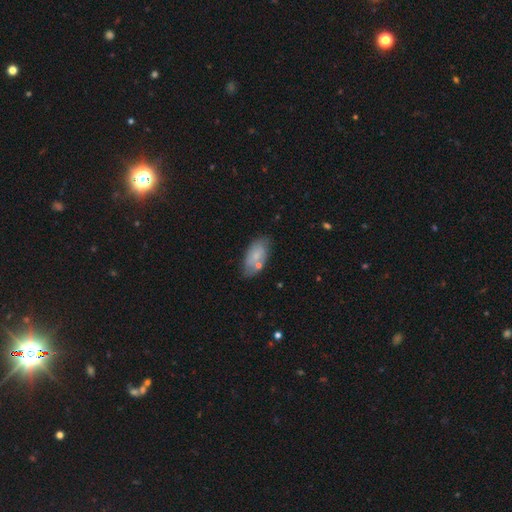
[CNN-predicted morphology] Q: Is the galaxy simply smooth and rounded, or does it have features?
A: smooth — 70%.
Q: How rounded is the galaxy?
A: in between — 91%.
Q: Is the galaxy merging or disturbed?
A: none — 66%.